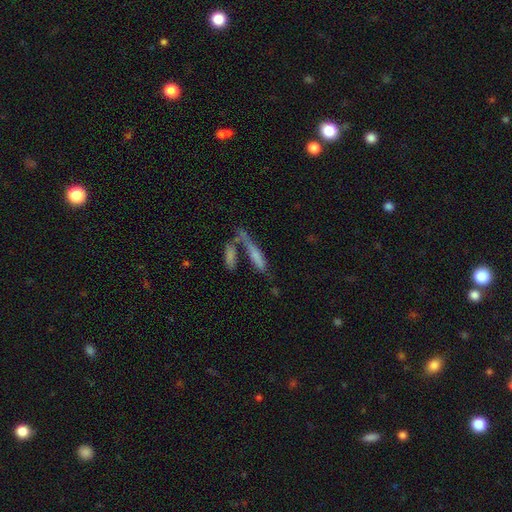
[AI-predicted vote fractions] A smooth galaxy with no disk features (64%) that is cigar-shaped (78%).

Vote fractions:
- Smooth or featured? smooth: 64% / featured or disk: 26% / star or artifact: 10%
- How rounded? cigar-shaped: 78% / in between: 20% / round: 2%
- Merging? merger: 40% / none: 37% / minor disturbance: 13% / major disturbance: 10%